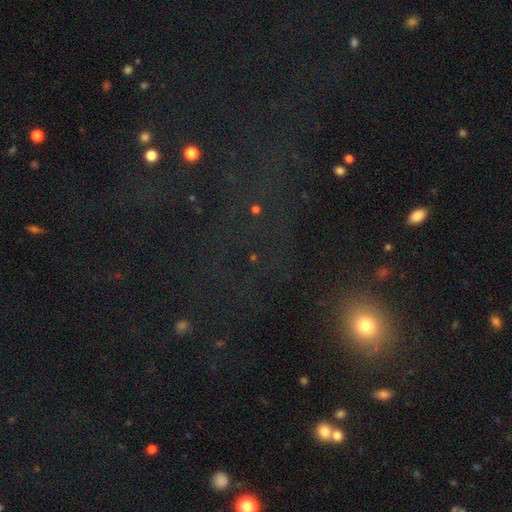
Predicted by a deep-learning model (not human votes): Smooth or featured: star or artifact — 51% (smooth — 38%)